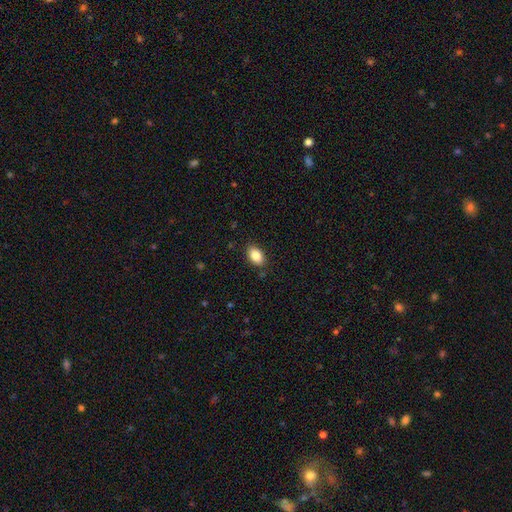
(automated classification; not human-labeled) The model was most divided on "merging": none: 87%, minor disturbance: 10%, major disturbance: 2%, merger: 1%. More confident: how rounded — in between (90%); smooth or featured — smooth (86%).